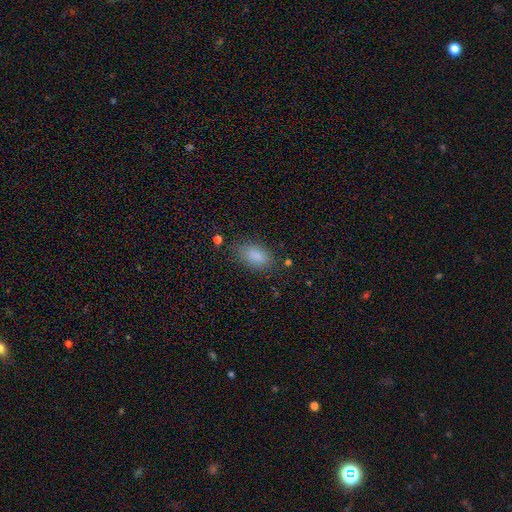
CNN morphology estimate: The model was most divided on "merging": none: 78%, minor disturbance: 15%, major disturbance: 5%, merger: 2%. More confident: how rounded — in between (89%); smooth or featured — smooth (85%).